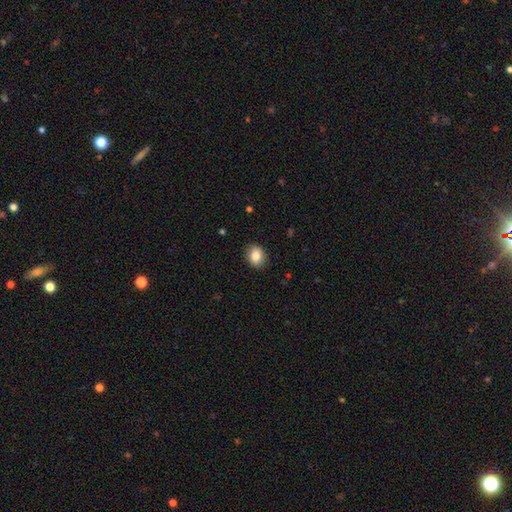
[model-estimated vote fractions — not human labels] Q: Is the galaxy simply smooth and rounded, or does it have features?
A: smooth — 86%.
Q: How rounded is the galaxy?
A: in between — 50%.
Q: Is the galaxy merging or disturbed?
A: none — 89%.